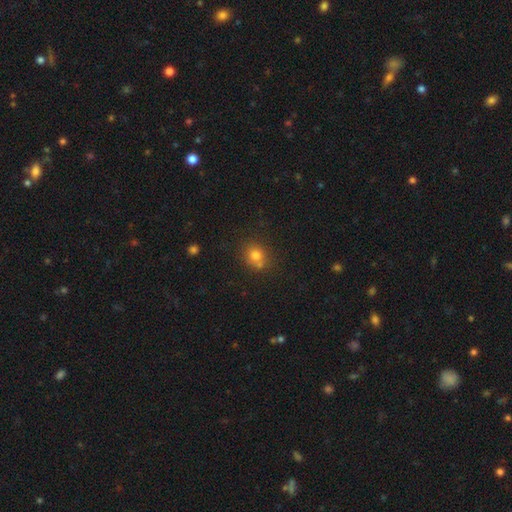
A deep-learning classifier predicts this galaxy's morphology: smooth-or-featured: smooth: 76% | star or artifact: 15% | featured or disk: 9%
  how-rounded: round: 78% | in between: 21% | cigar-shaped: 1%
  merging: none: 60% | merger: 24% | minor disturbance: 12% | major disturbance: 4%